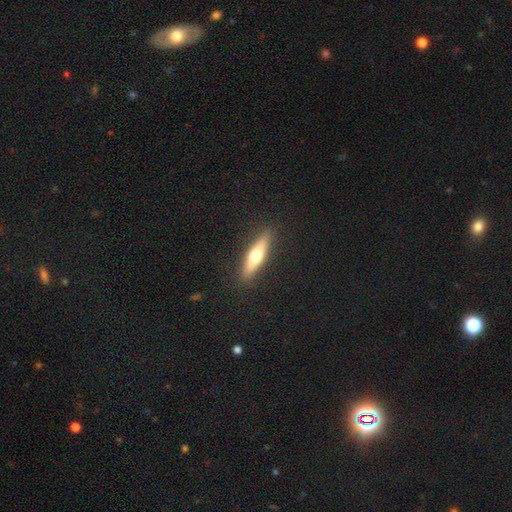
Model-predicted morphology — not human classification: featured or disk 51%, smooth 44%, star or artifact 6%. Down the decision tree: edge-on disk — yes (93%); merging — none (90%).